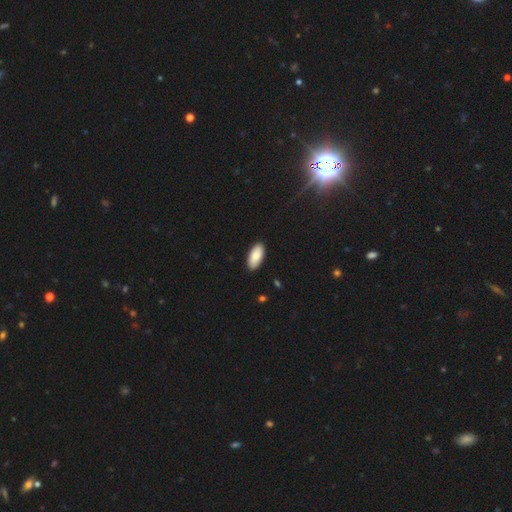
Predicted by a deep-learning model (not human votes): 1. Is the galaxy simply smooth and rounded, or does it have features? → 87% smooth, 7% featured or disk, 6% star or artifact.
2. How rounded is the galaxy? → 92% in between, 6% cigar-shaped, 2% round.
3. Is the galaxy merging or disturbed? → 90% none, 7% minor disturbance, 1% major disturbance, 1% merger.